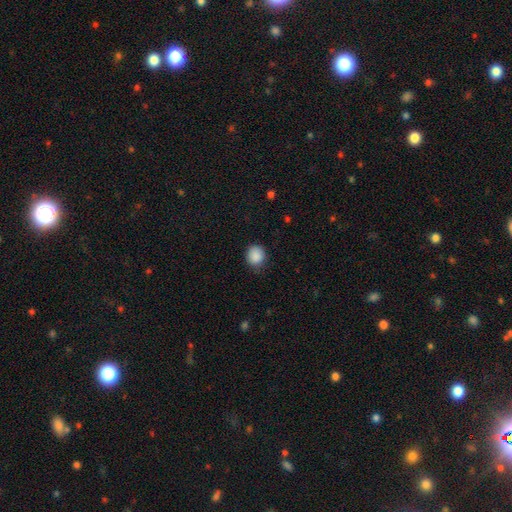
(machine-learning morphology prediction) The model was most divided on "merging": none: 78%, minor disturbance: 17%, major disturbance: 3%, merger: 1%. More confident: smooth or featured — smooth (88%); how rounded — round (81%).